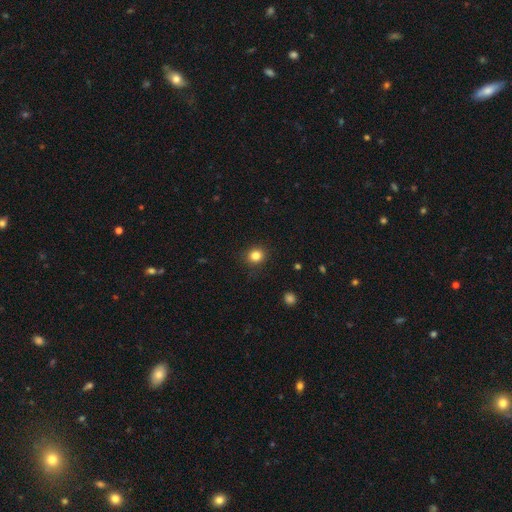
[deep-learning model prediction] Q: Smooth or featured?
A: smooth (83%); runner-up: star or artifact (12%)
Q: How rounded?
A: round (82%); runner-up: in between (17%)
Q: Merging?
A: none (89%); runner-up: minor disturbance (7%)